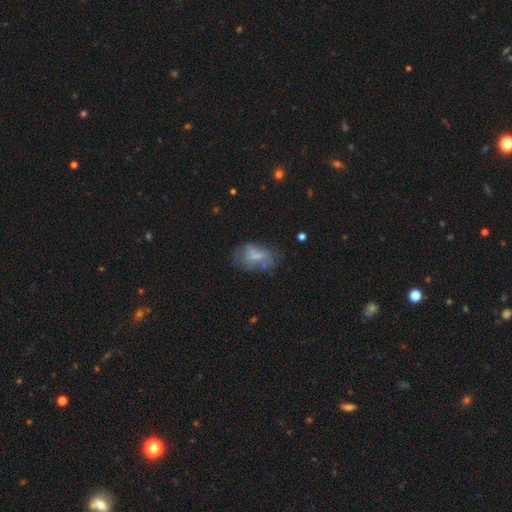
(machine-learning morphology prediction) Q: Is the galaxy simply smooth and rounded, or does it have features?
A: smooth — 51%.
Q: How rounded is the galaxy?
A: in between — 85%.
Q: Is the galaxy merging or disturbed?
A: none — 44%.